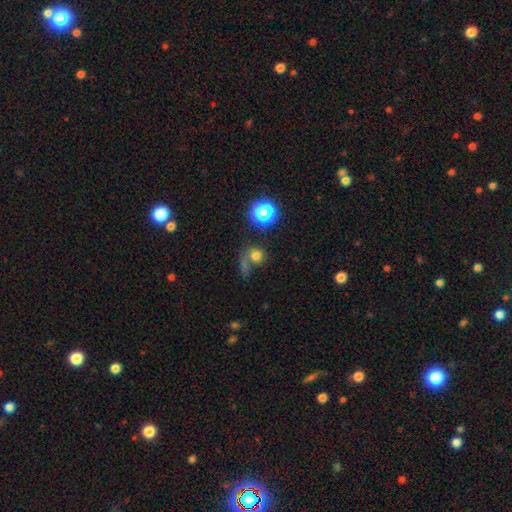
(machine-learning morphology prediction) Smooth or featured? Predicted: smooth (p=0.68). How rounded? Predicted: round (p=0.82). Merging? Predicted: none (p=0.40).